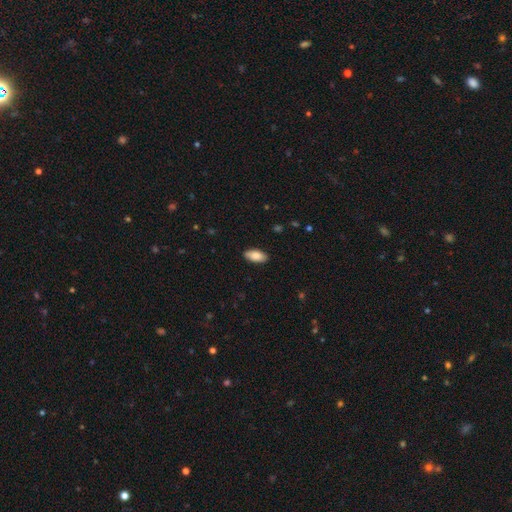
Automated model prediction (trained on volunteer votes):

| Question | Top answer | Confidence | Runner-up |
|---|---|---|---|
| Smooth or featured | smooth | 86% | featured or disk (8%) |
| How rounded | in between | 91% | cigar-shaped (7%) |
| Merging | none | 88% | minor disturbance (9%) |